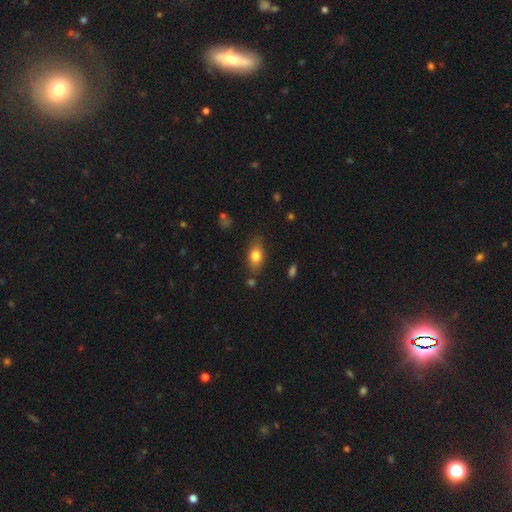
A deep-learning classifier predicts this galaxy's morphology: A smooth galaxy with no disk features (78%) that is in between round and cigar-shaped (82%). Merging: none (79%).